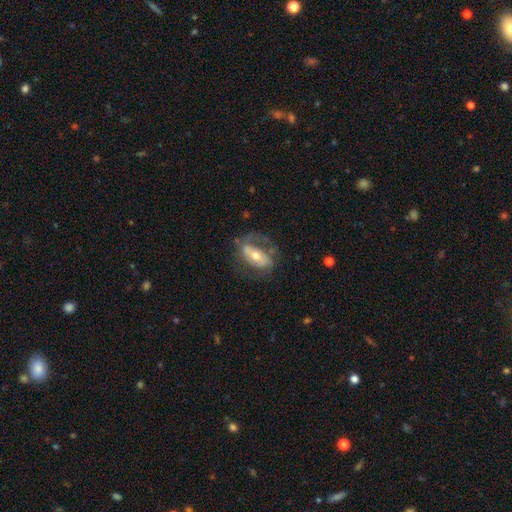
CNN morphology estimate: Smooth or featured? Predicted: featured or disk (p=0.67). Edge-on disk? Predicted: no (p=0.90). Bar? Predicted: strong (p=0.40). Spiral arms? Predicted: yes (p=0.63). Bulge size? Predicted: moderate (p=0.64). Merging? Predicted: none (p=0.58).